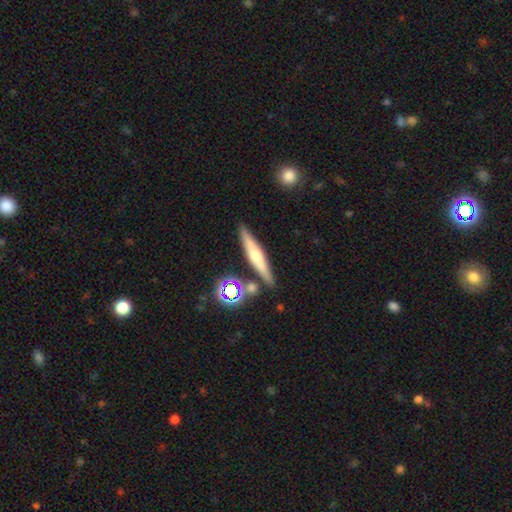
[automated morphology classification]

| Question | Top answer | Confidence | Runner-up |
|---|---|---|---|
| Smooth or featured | featured or disk | 53% | smooth (34%) |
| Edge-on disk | yes | 94% | no (6%) |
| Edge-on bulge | rounded | 80% | none (13%) |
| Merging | none | 84% | minor disturbance (8%) |